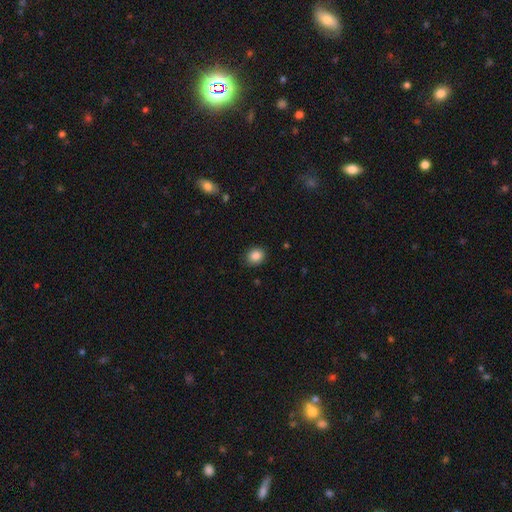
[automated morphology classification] Smooth or featured? smooth (87%)
How rounded? round (72%)
Merging? none (89%)